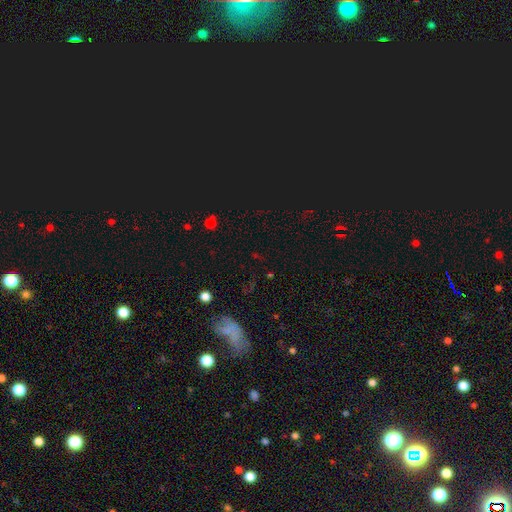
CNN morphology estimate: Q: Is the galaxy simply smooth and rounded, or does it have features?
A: star or artifact — 62%.